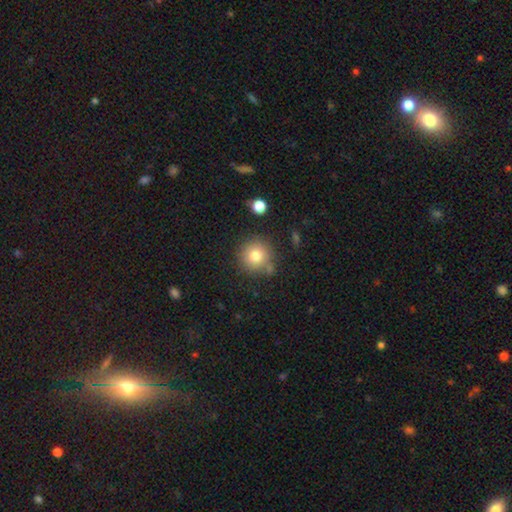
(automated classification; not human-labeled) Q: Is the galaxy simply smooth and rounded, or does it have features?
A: smooth — 78%.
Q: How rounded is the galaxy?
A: round — 94%.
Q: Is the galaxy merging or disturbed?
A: none — 77%.